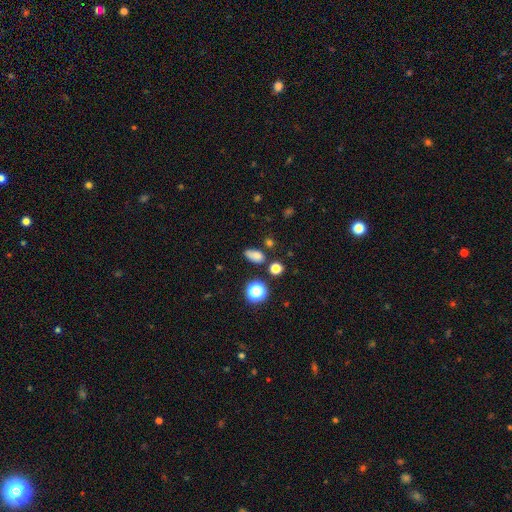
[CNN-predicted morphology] smooth_or_featured: smooth (p=0.72) [alt: star or artifact p=0.18]
how_rounded: in between (p=0.78) [alt: round p=0.18]
merging: none (p=0.62) [alt: minor disturbance p=0.21]